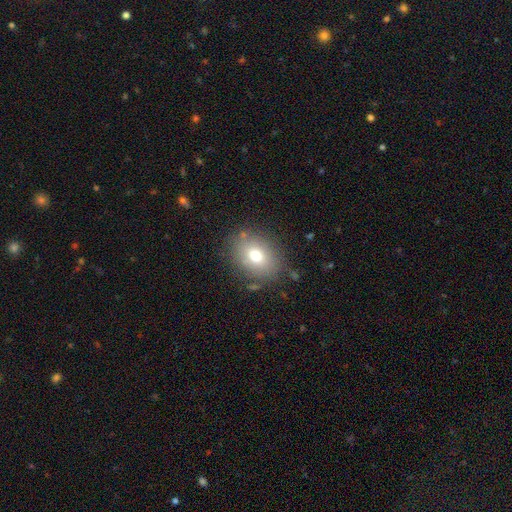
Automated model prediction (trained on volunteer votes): Smooth or featured? smooth (73%)
How rounded? in between (60%)
Merging? none (80%)